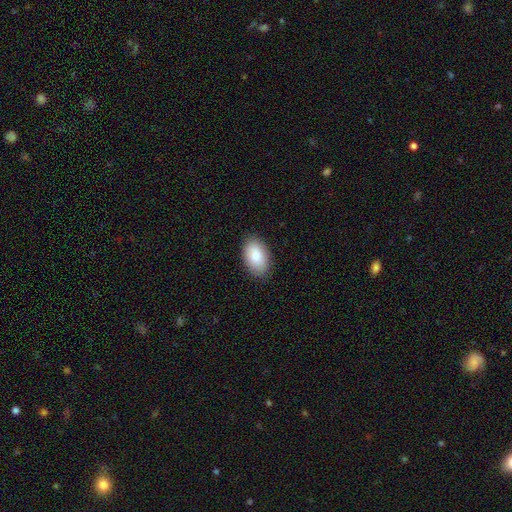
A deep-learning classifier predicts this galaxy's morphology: type=smooth (84%); roundness=in between (93%); merging=none (88%).